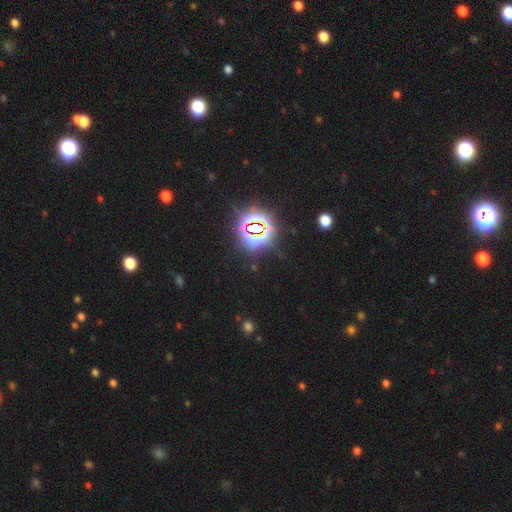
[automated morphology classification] A star or artifact, not a galaxy (82%).